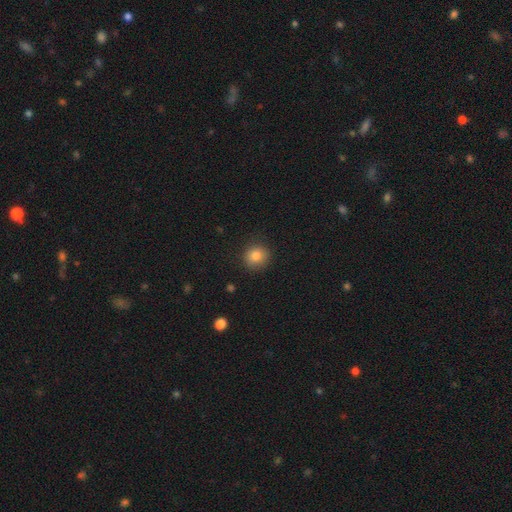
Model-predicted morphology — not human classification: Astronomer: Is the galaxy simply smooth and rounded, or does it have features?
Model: smooth — 82%.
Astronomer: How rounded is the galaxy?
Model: round — 88%.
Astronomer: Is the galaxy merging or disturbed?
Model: none — 87%.